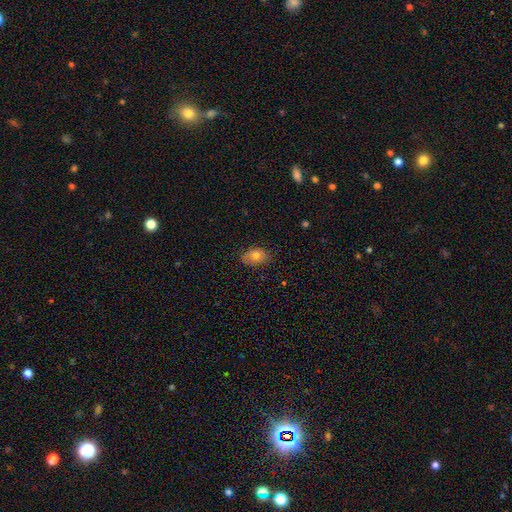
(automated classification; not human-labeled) smooth_or_featured: smooth (p=0.76) [alt: featured or disk p=0.15]
how_rounded: in between (p=0.81) [alt: round p=0.18]
merging: none (p=0.77) [alt: minor disturbance p=0.18]